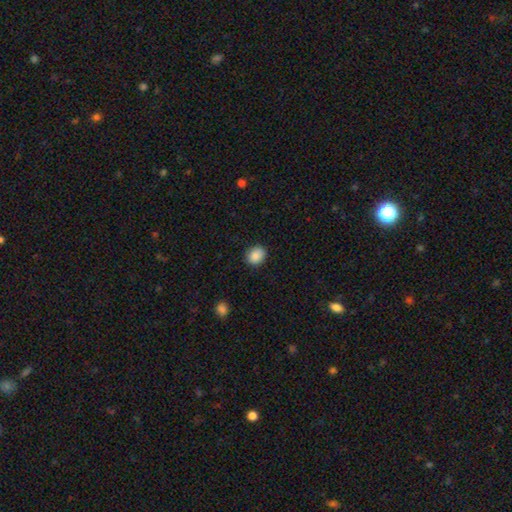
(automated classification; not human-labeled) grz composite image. It shows a smooth galaxy with no disk features (88%) that is round (66%). Merging: none (87%).